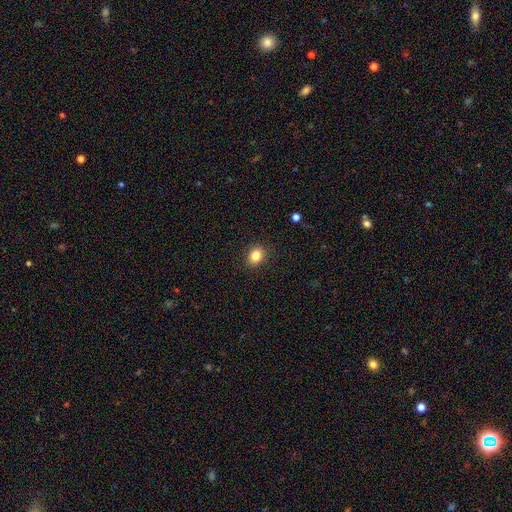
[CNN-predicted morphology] Smooth or featured: smooth — 84% (star or artifact — 10%)
How rounded: in between — 50% (round — 49%)
Merging: none — 89% (minor disturbance — 8%)